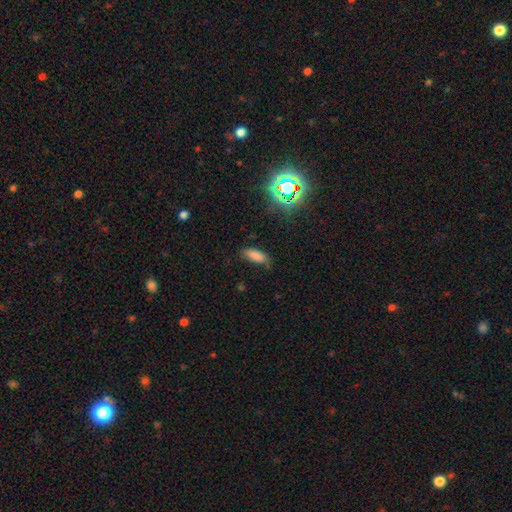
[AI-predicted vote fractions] smooth-or-featured: smooth: 80% | star or artifact: 14% | featured or disk: 6%
  how-rounded: in between: 72% | cigar-shaped: 25% | round: 2%
  merging: none: 75% | minor disturbance: 19% | major disturbance: 4% | merger: 2%